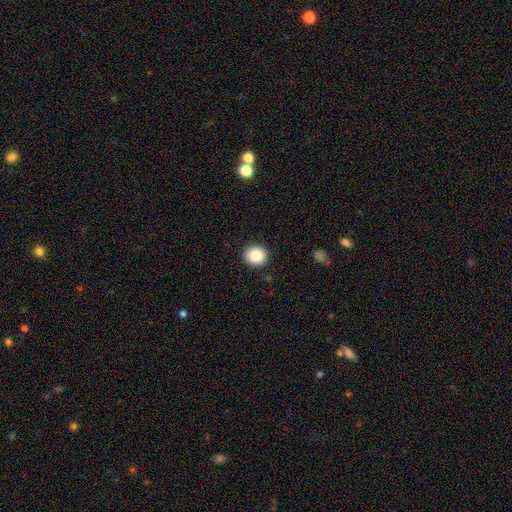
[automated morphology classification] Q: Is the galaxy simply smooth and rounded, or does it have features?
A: smooth — 86%.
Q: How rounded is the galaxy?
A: round — 86%.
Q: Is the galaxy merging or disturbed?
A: none — 91%.